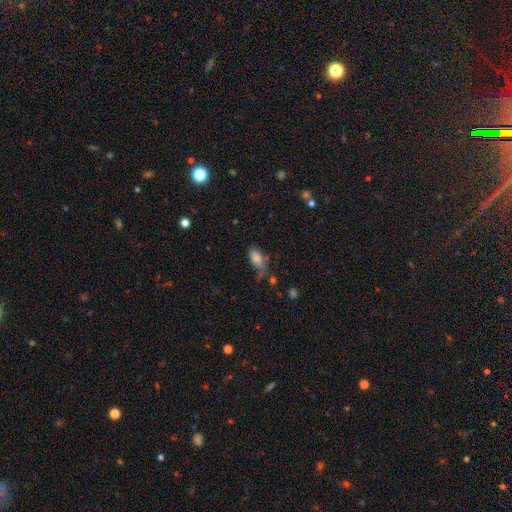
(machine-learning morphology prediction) Smooth or featured? Predicted: smooth (p=0.68). How rounded? Predicted: in between (p=0.83). Merging? Predicted: none (p=0.42).